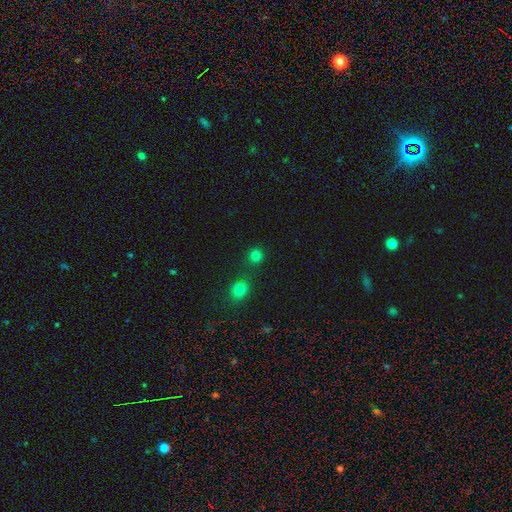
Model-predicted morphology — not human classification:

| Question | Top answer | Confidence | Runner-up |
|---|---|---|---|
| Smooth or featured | smooth | 79% | star or artifact (16%) |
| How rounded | round | 90% | in between (9%) |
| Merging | none | 74% | merger (15%) |